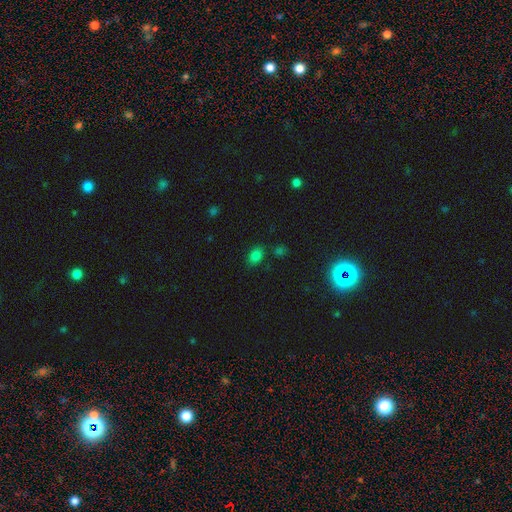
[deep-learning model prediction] smooth 78%, star or artifact 15%, featured or disk 6%. Down the decision tree: how rounded — in between (75%); merging — none (79%).